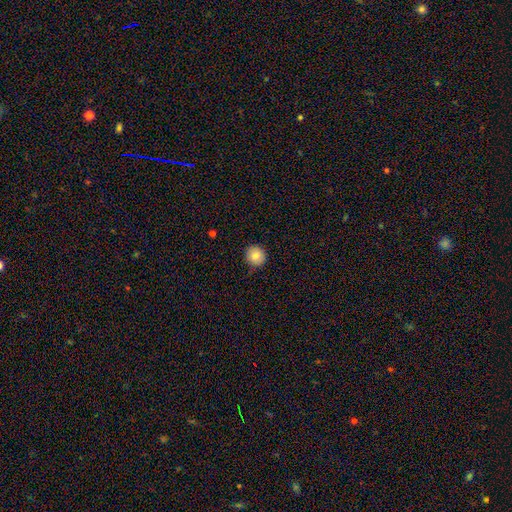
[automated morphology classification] smooth_or_featured: smooth (p=0.83) [alt: star or artifact p=0.09]
how_rounded: round (p=0.94) [alt: in between p=0.05]
merging: none (p=0.87) [alt: minor disturbance p=0.10]